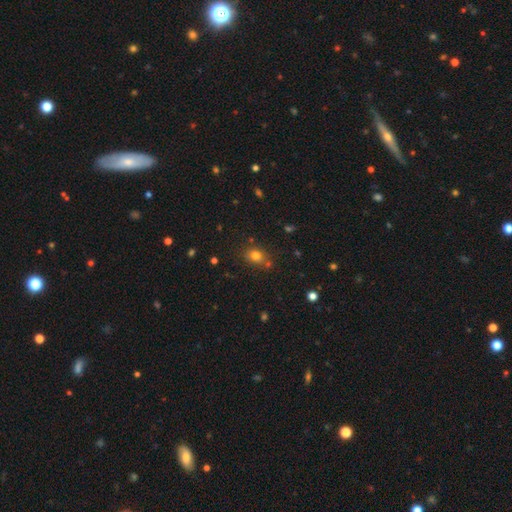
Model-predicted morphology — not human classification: This is likely a smooth galaxy (76%). How rounded: possibly round (53%). Merging: likely none (72%).